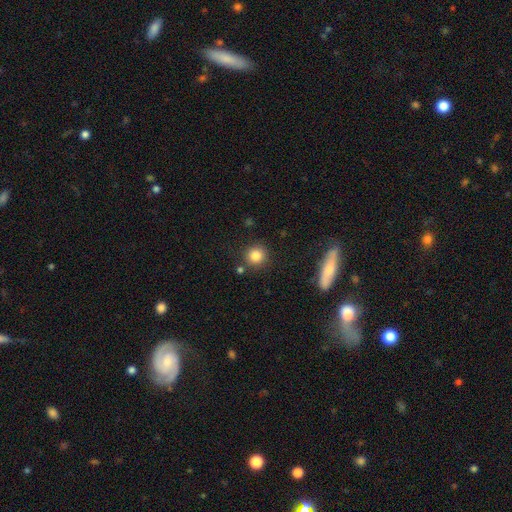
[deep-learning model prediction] The model was most divided on "smooth or featured": smooth: 84%, star or artifact: 10%, featured or disk: 6%. More confident: how rounded — round (91%); merging — none (84%).